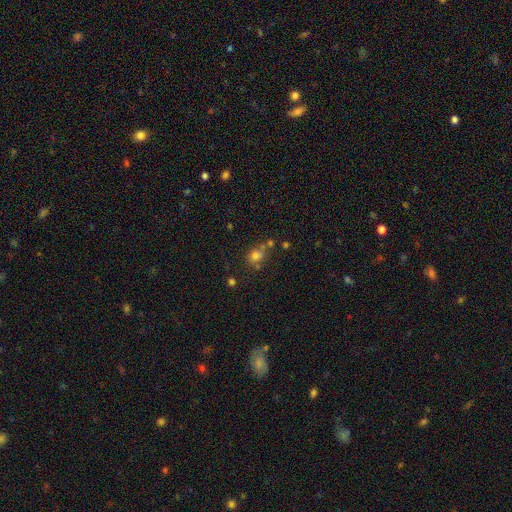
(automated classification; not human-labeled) A smooth galaxy with no disk features (73%) that is round (69%). Merging: none (55%).